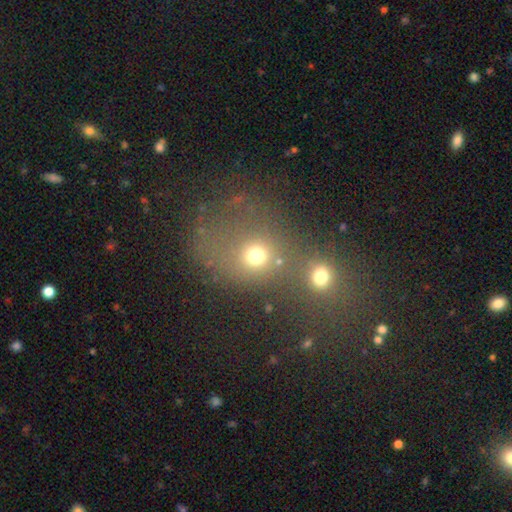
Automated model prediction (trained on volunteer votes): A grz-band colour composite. It shows a smooth galaxy with no disk features (69%) that is round (73%). Merging: none (47%).